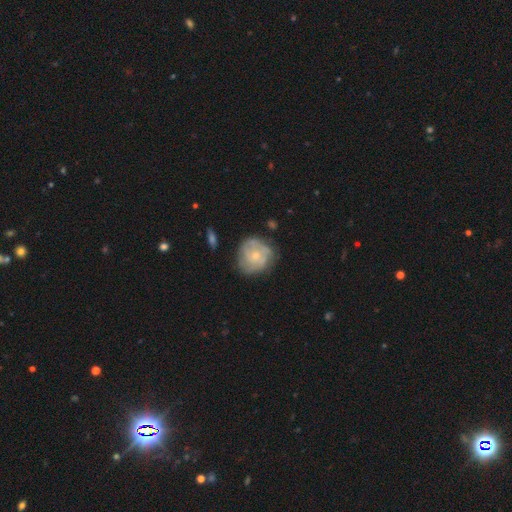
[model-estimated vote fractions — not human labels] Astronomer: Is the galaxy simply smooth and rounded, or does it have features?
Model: featured or disk — 61%.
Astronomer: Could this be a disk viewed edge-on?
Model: no — 97%.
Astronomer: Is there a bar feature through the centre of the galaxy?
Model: no — 83%.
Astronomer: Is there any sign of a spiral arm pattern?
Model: yes — 70%.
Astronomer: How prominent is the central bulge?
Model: small — 65%.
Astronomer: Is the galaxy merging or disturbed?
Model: none — 65%.